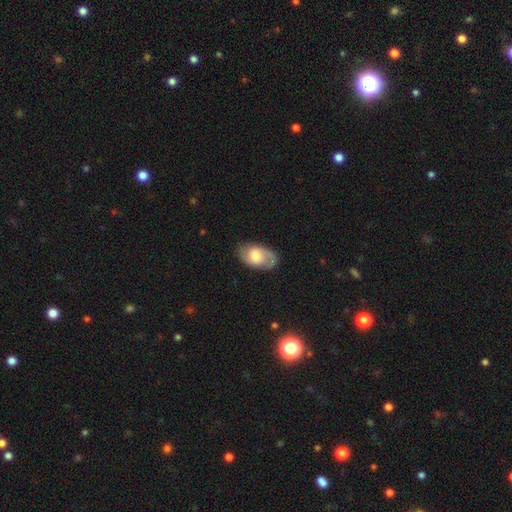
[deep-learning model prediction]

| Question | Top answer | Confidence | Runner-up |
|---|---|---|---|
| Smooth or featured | featured or disk | 55% | smooth (38%) |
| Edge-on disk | no | 94% | yes (6%) |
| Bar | no | 62% | weak (32%) |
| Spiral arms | yes | 81% | no (19%) |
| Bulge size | moderate | 58% | large (21%) |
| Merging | none | 76% | minor disturbance (17%) |